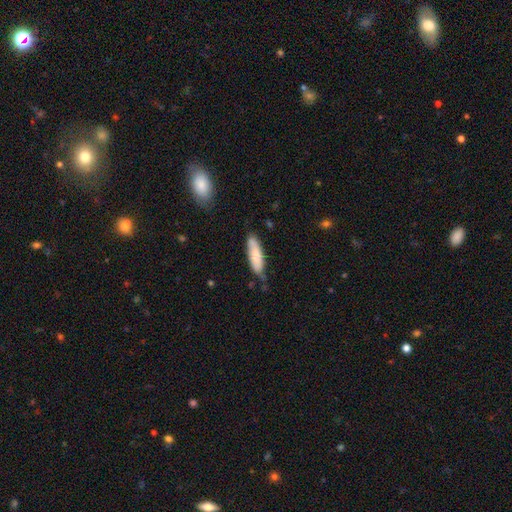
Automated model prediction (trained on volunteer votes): Smooth or featured?
  - smooth: 77% *
  - featured or disk: 17%
  - star or artifact: 6%
How rounded?
  - cigar-shaped: 59% *
  - in between: 40%
  - round: 2%
Merging?
  - none: 68% *
  - minor disturbance: 25%
  - major disturbance: 4%
  - merger: 3%